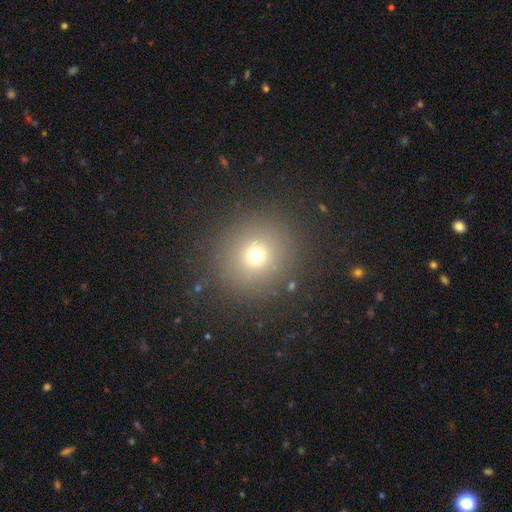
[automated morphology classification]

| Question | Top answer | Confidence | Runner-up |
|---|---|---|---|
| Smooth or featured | smooth | 69% | star or artifact (20%) |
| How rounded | round | 92% | in between (7%) |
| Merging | none | 87% | minor disturbance (7%) |